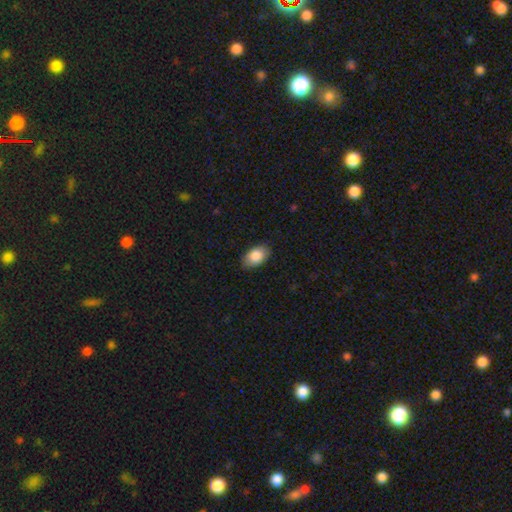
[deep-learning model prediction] A smooth galaxy with no disk features (85%) that is in between round and cigar-shaped (91%).

Vote fractions:
- Smooth or featured? smooth: 85% / featured or disk: 8% / star or artifact: 6%
- How rounded? in between: 91% / round: 7% / cigar-shaped: 1%
- Merging? none: 86% / minor disturbance: 11% / major disturbance: 2% / merger: 1%